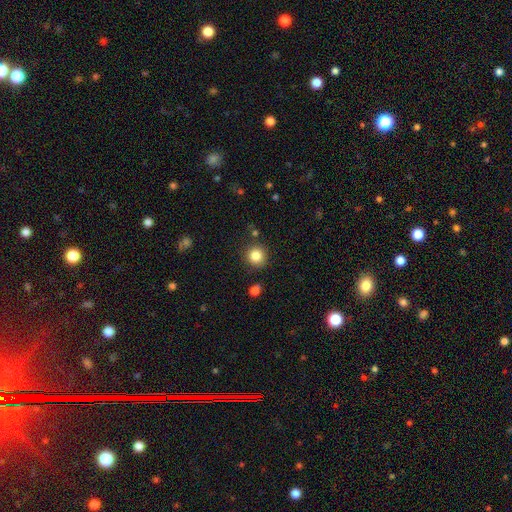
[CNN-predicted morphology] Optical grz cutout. It shows a smooth galaxy with no disk features (84%) that is round (92%). Merging: none (87%).